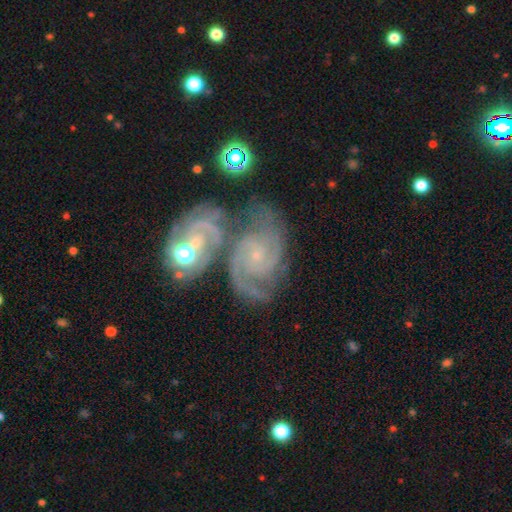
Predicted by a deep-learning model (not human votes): A featured or disk galaxy (90%) with no bar (66%), 2 (46%) tight (53%) spiral arms (98%) and a small central bulge (80%).

Vote fractions:
- Smooth or featured? featured or disk: 90% / star or artifact: 6% / smooth: 4%
- Edge-on disk? no: 97% / yes: 3%
- Bar? no: 66% / weak: 27% / strong: 8%
- Spiral arms? yes: 98% / no: 2%
- Spiral winding? tight: 53% / medium: 41% / loose: 6%
- Spiral arm count? 2: 46% / 3: 27% / can't tell: 12% / 4: 6% / 1: 5% / more than 4: 5%
- Bulge size? small: 80% / moderate: 15% / none: 4% / large: 1% / dominant: 1%
- Merging? merger: 43% / none: 35% / minor disturbance: 14% / major disturbance: 8%